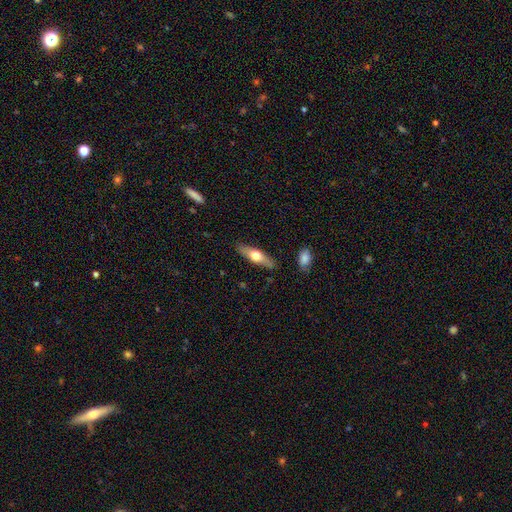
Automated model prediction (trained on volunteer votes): The model was most divided on "smooth or featured": featured or disk: 49%, smooth: 46%, star or artifact: 5%. More confident: merging — none (86%).